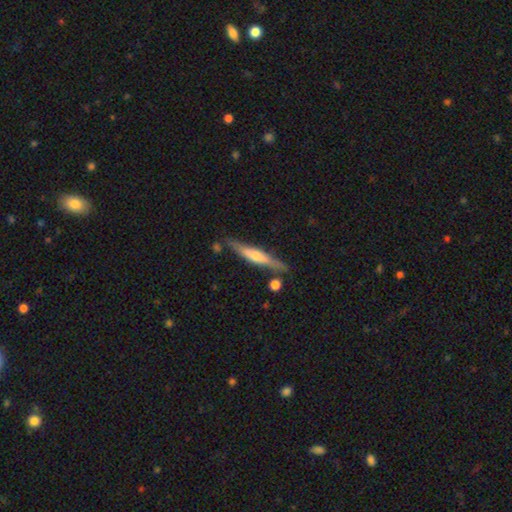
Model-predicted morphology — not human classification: Smooth or featured? Predicted: featured or disk (p=0.60). Edge-on disk? Predicted: yes (p=0.94). Edge-on bulge? Predicted: rounded (p=0.76). Merging? Predicted: none (p=0.79).